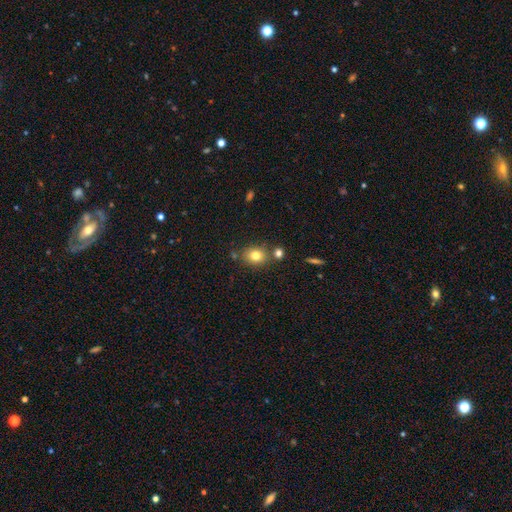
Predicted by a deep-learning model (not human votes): Smooth or featured?
  - smooth: 79% *
  - star or artifact: 12%
  - featured or disk: 9%
How rounded?
  - round: 57% *
  - in between: 42%
  - cigar-shaped: 1%
Merging?
  - none: 74% *
  - minor disturbance: 12%
  - merger: 11%
  - major disturbance: 3%